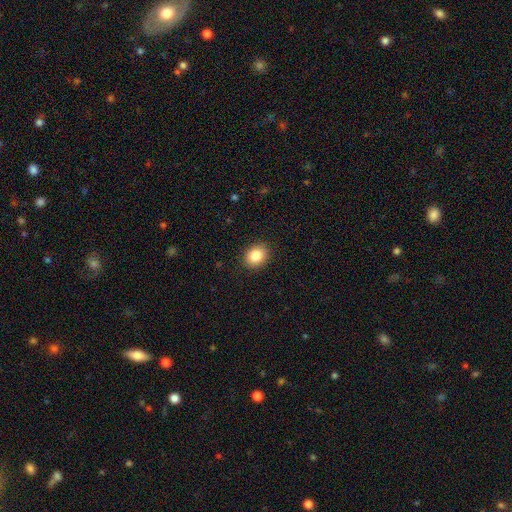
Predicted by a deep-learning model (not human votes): Smooth or featured?
  - smooth: 86% *
  - star or artifact: 9%
  - featured or disk: 6%
How rounded?
  - in between: 52% *
  - round: 48%
  - cigar-shaped: 1%
Merging?
  - none: 90% *
  - minor disturbance: 7%
  - major disturbance: 2%
  - merger: 1%